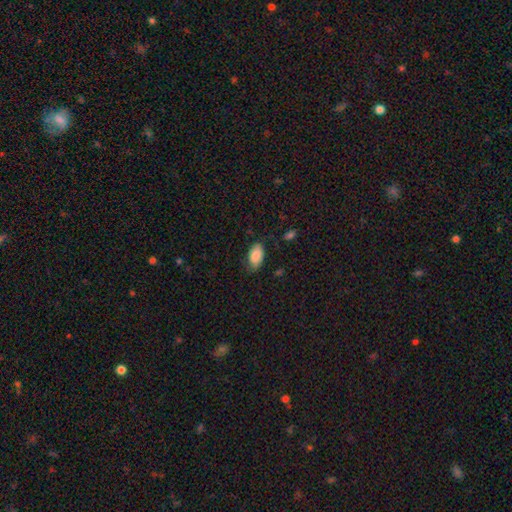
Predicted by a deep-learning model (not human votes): Q: Smooth or featured?
A: smooth (84%); runner-up: featured or disk (9%)
Q: How rounded?
A: in between (93%); runner-up: round (4%)
Q: Merging?
A: none (70%); runner-up: minor disturbance (23%)